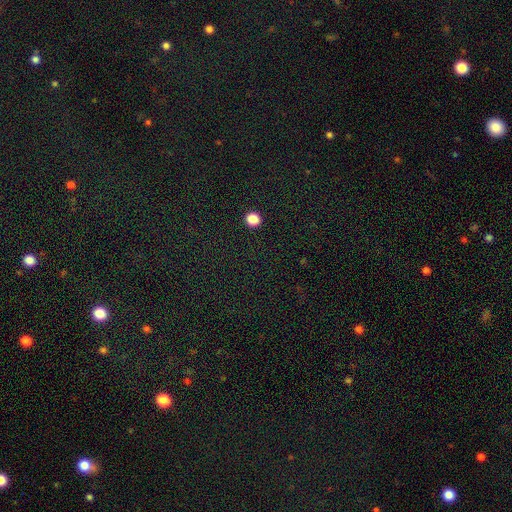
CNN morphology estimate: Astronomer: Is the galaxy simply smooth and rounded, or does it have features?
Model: star or artifact — 78%.